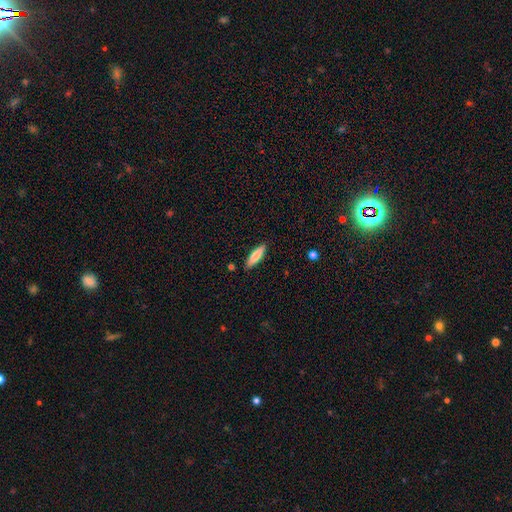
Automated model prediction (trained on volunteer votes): Morphology: type=smooth (81%); roundness=cigar-shaped (64%); merging=none (88%).